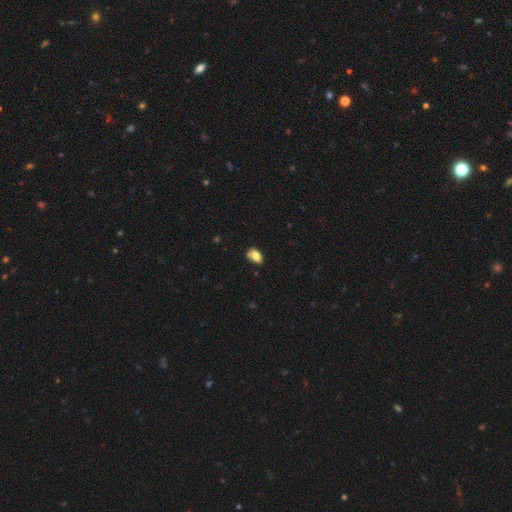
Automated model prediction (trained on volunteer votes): The model was most divided on "merging": none: 63%, minor disturbance: 24%, merger: 8%, major disturbance: 5%. More confident: how rounded — in between (88%); smooth or featured — smooth (77%).